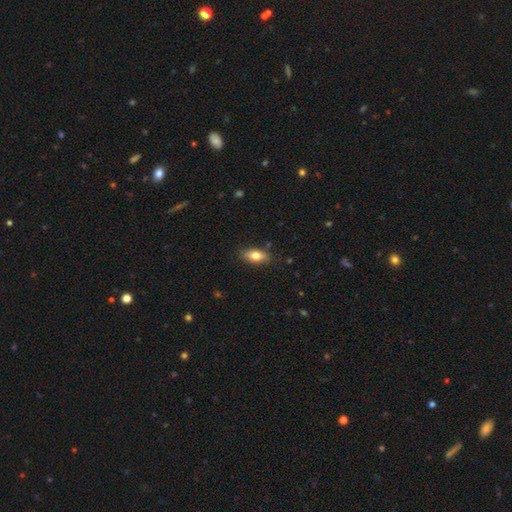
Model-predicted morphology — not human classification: This appears to be a smooth galaxy with no disk features (78%) that is in between round and cigar-shaped (85%). Merging: none (84%).